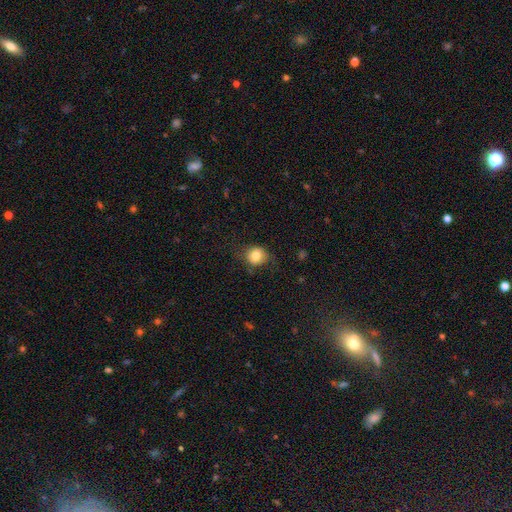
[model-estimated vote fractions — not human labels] Q: Smooth or featured?
A: smooth (80%); runner-up: star or artifact (10%)
Q: How rounded?
A: round (82%); runner-up: in between (17%)
Q: Merging?
A: none (74%); runner-up: minor disturbance (19%)